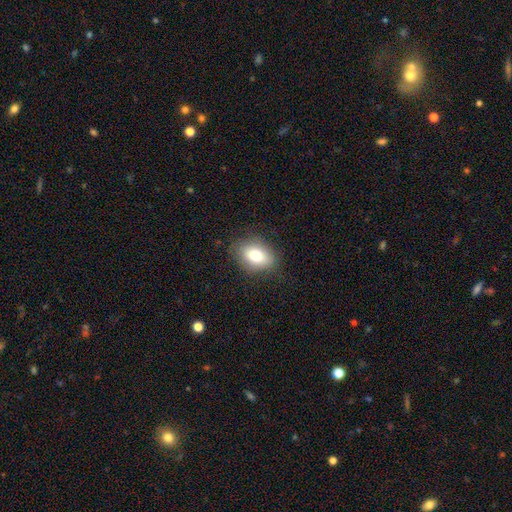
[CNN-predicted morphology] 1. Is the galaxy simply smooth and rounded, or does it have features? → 76% smooth, 14% featured or disk, 10% star or artifact.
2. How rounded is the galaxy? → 77% in between, 21% round, 2% cigar-shaped.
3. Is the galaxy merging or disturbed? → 82% none, 13% minor disturbance, 4% major disturbance, 1% merger.